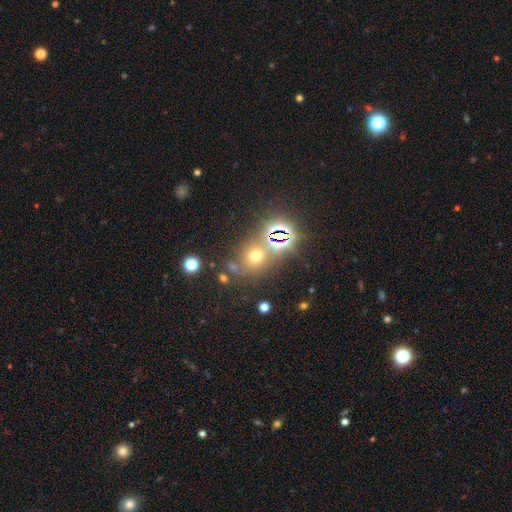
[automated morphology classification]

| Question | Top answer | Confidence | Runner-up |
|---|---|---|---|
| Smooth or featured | smooth | 51% | star or artifact (38%) |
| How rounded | round | 74% | in between (24%) |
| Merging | none | 68% | merger (15%) |